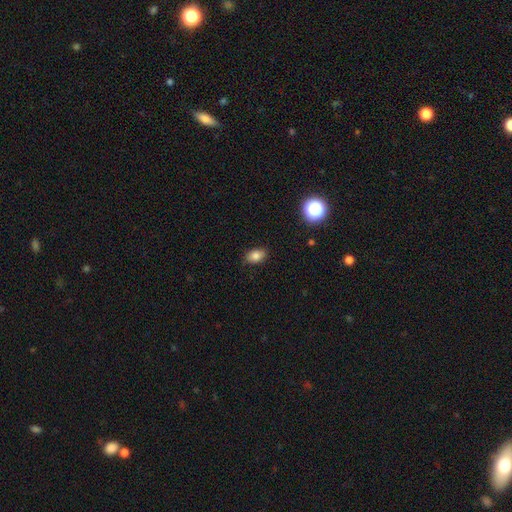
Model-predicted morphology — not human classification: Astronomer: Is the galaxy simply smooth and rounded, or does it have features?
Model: smooth — 82%.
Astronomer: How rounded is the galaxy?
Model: in between — 84%.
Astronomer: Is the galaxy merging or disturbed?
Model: none — 87%.